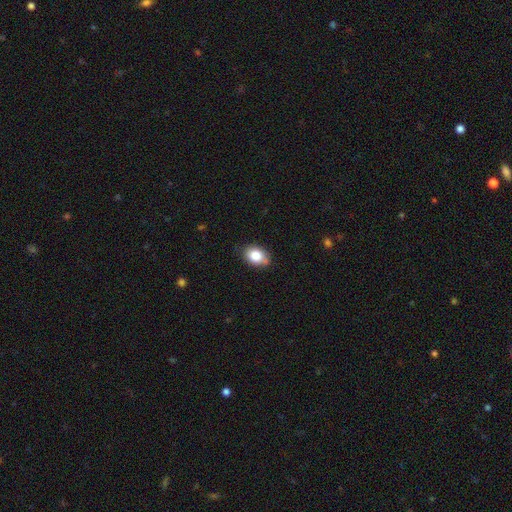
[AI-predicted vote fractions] Smooth or featured?
  - smooth: 83% *
  - star or artifact: 9%
  - featured or disk: 8%
How rounded?
  - in between: 73% *
  - round: 26%
  - cigar-shaped: 1%
Merging?
  - none: 75% *
  - minor disturbance: 20%
  - major disturbance: 3%
  - merger: 2%